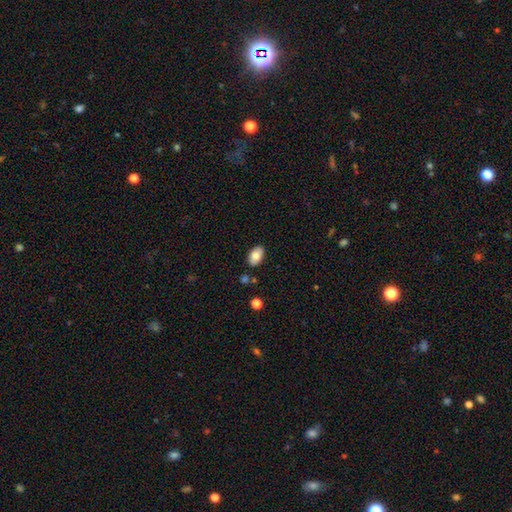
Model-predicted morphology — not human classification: This appears to be a smooth galaxy with no disk features (79%) that is in between round and cigar-shaped (92%). Merging: none (84%).